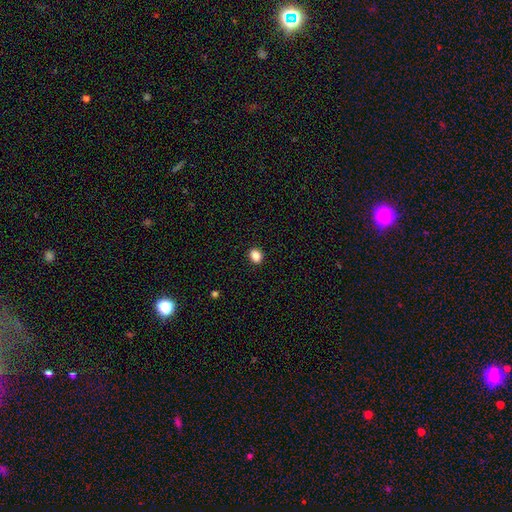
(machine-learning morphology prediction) Q: Smooth or featured?
A: smooth (87%); runner-up: star or artifact (10%)
Q: How rounded?
A: round (52%); runner-up: in between (47%)
Q: Merging?
A: none (91%); runner-up: minor disturbance (6%)